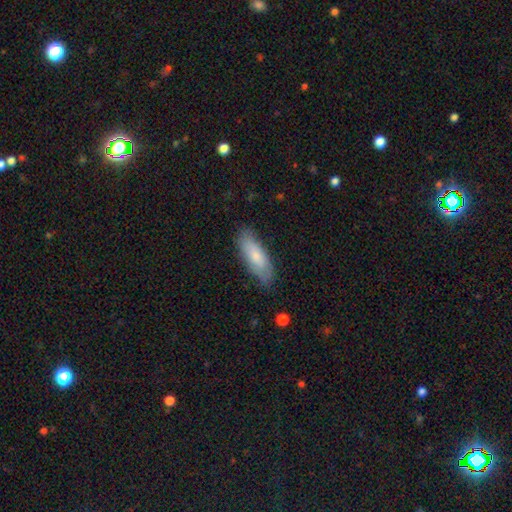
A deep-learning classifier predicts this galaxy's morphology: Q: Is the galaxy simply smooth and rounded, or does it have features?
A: smooth — 75%.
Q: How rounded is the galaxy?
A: in between — 65%.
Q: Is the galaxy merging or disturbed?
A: none — 78%.